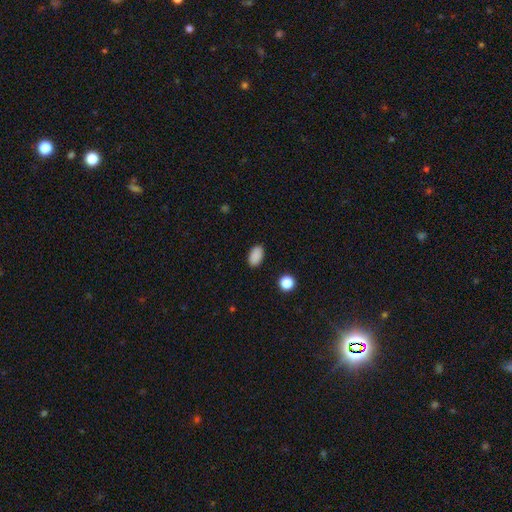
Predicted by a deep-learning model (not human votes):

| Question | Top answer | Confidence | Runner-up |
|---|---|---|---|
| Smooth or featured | smooth | 88% | star or artifact (9%) |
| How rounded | in between | 91% | round (7%) |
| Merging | none | 89% | minor disturbance (8%) |